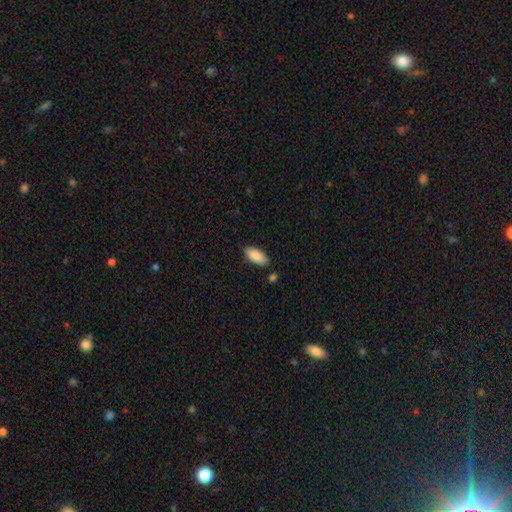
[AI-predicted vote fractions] smooth 87%, featured or disk 7%, star or artifact 6%. Down the decision tree: how rounded — in between (86%); merging — none (83%).